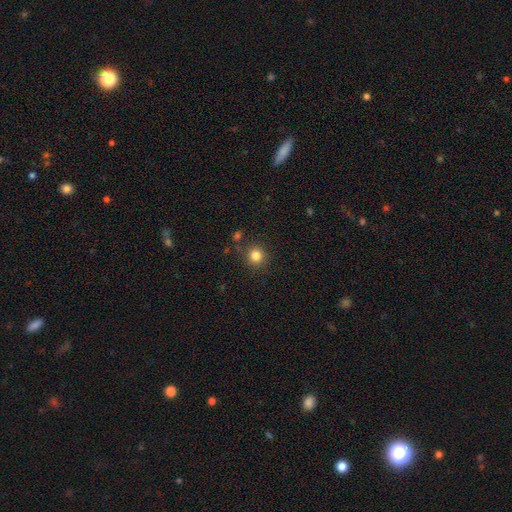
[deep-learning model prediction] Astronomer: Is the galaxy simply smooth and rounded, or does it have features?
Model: smooth — 82%.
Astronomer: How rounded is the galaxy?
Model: round — 93%.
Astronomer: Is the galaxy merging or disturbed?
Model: none — 84%.